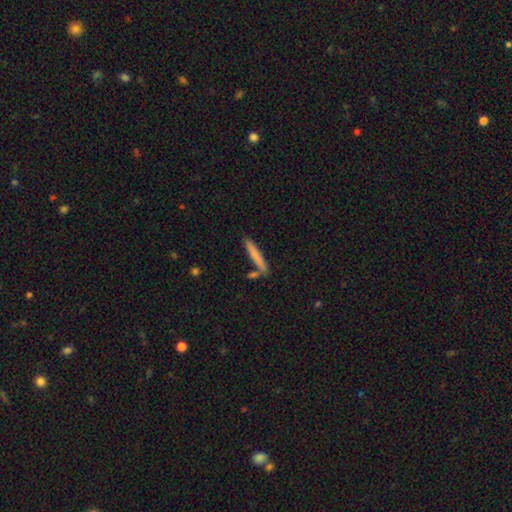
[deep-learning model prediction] A smooth galaxy with no disk features (76%) that is cigar-shaped (94%).

Vote fractions:
- Smooth or featured? smooth: 76% / featured or disk: 18% / star or artifact: 6%
- How rounded? cigar-shaped: 94% / in between: 5% / round: 1%
- Merging? none: 78% / minor disturbance: 11% / merger: 9% / major disturbance: 3%